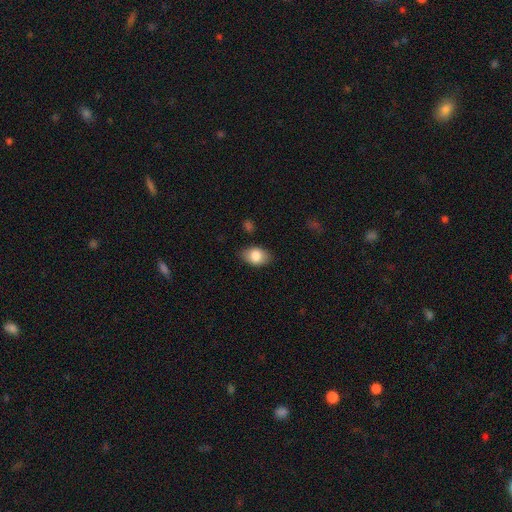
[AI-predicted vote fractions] The model was most divided on "merging": none: 82%, minor disturbance: 14%, major disturbance: 3%, merger: 2%. More confident: how rounded — in between (85%); smooth or featured — smooth (82%).